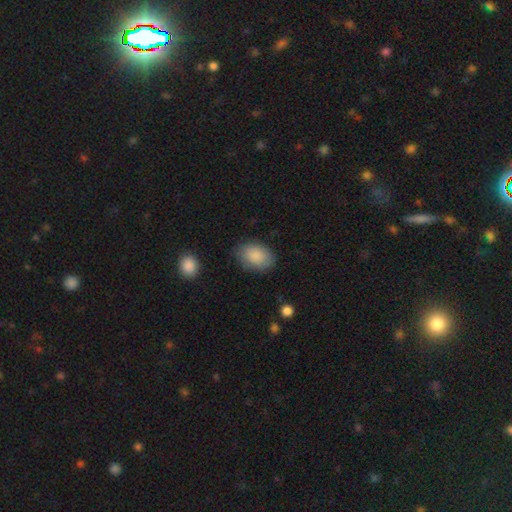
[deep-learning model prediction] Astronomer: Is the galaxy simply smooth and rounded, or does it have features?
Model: smooth — 87%.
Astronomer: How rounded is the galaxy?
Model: in between — 80%.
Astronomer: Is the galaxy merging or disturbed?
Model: none — 78%.